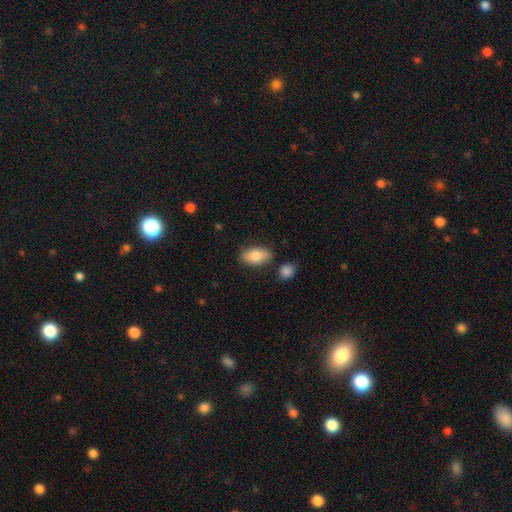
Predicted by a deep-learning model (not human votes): Smooth or featured: smooth — 80% (featured or disk — 14%)
How rounded: in between — 91% (round — 5%)
Merging: none — 80% (minor disturbance — 13%)